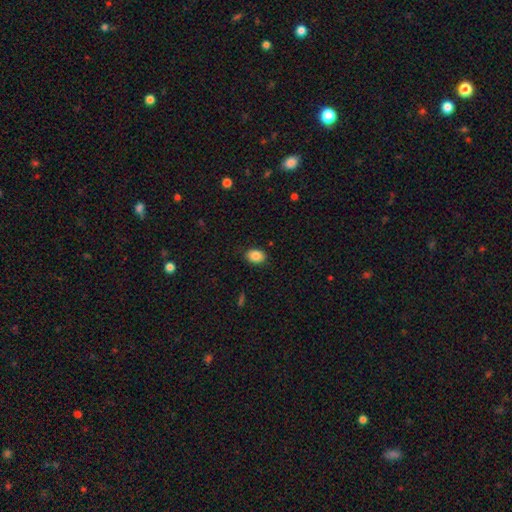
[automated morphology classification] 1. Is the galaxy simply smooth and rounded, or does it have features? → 86% smooth, 8% star or artifact, 6% featured or disk.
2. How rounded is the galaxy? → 76% in between, 23% round, 1% cigar-shaped.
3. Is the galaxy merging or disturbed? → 86% none, 10% minor disturbance, 2% major disturbance, 1% merger.